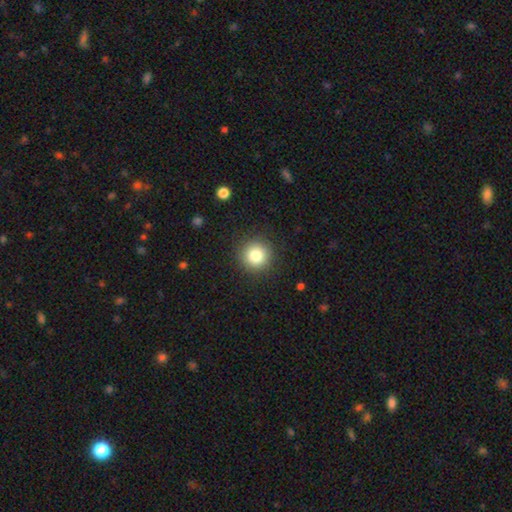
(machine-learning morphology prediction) Overall: smooth (82%). How rounded: round (95%). Merging: none (90%).